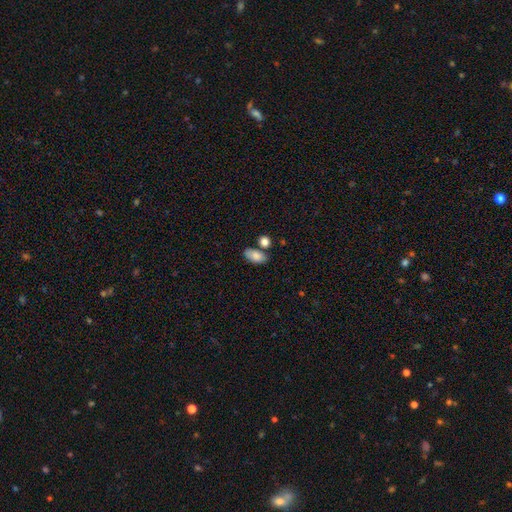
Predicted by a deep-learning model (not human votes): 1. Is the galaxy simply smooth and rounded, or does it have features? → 82% smooth, 10% featured or disk, 8% star or artifact.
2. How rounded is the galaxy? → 91% in between, 6% round, 2% cigar-shaped.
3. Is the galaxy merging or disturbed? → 60% none, 18% minor disturbance, 18% merger, 5% major disturbance.